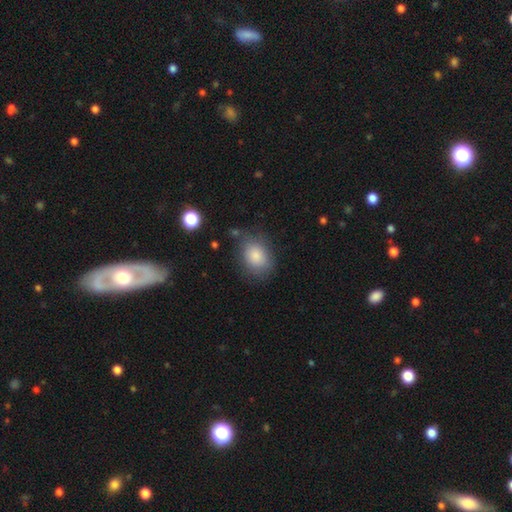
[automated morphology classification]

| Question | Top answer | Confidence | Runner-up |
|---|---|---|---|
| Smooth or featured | smooth | 85% | star or artifact (8%) |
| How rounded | in between | 68% | round (31%) |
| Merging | none | 71% | minor disturbance (19%) |